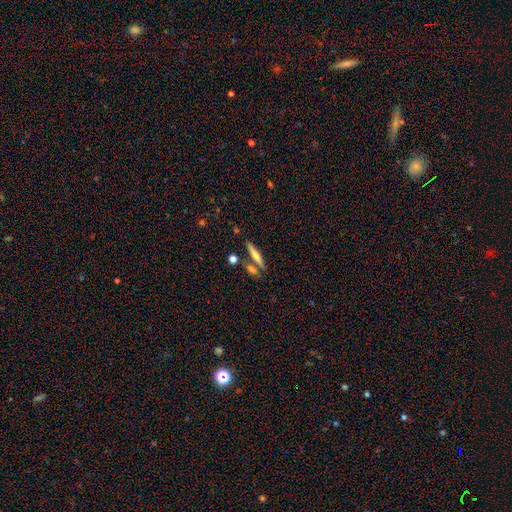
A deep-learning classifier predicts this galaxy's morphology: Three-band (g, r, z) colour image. It shows a smooth galaxy with no disk features (61%) that is cigar-shaped (84%). Merging: none (69%).